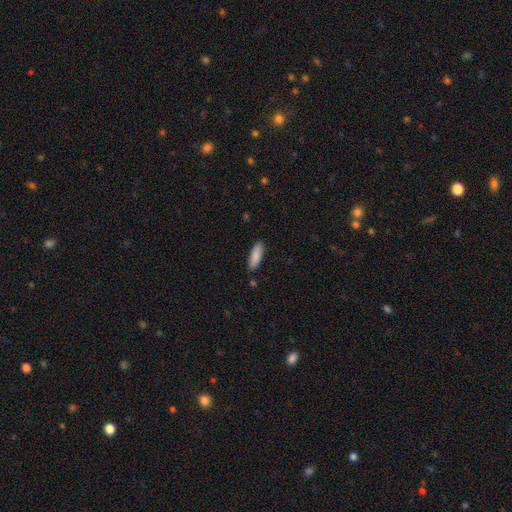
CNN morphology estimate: This appears to be a smooth galaxy with no disk features (88%) that is in between round and cigar-shaped (50%). Merging: none (87%).